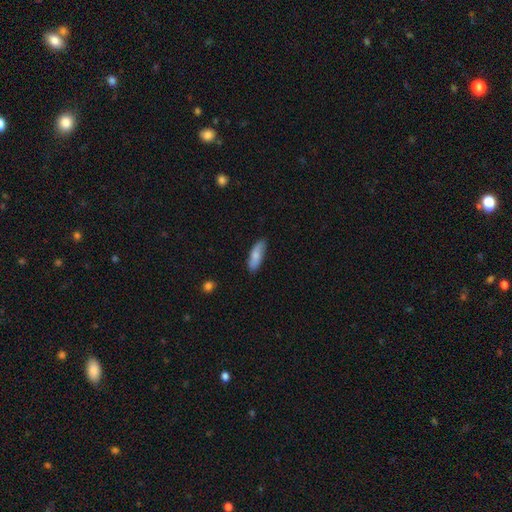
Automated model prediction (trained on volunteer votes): A smooth galaxy with no disk features (78%) that is in between round and cigar-shaped (57%). Merging: none (80%).